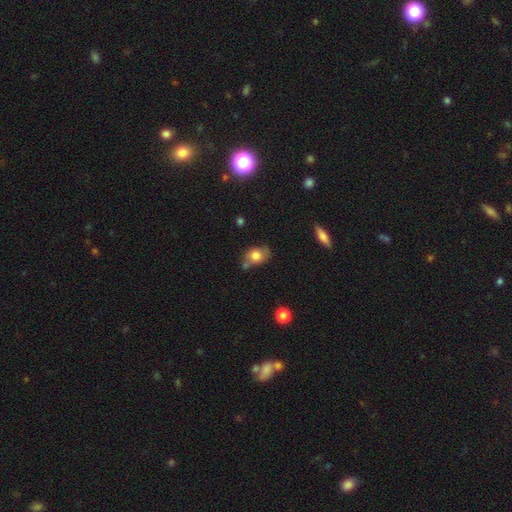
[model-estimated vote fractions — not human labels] A smooth galaxy with no disk features (77%) that is in between round and cigar-shaped (65%).

Vote fractions:
- Smooth or featured? smooth: 77% / featured or disk: 14% / star or artifact: 9%
- How rounded? in between: 65% / round: 33% / cigar-shaped: 2%
- Merging? none: 55% / minor disturbance: 25% / merger: 14% / major disturbance: 6%